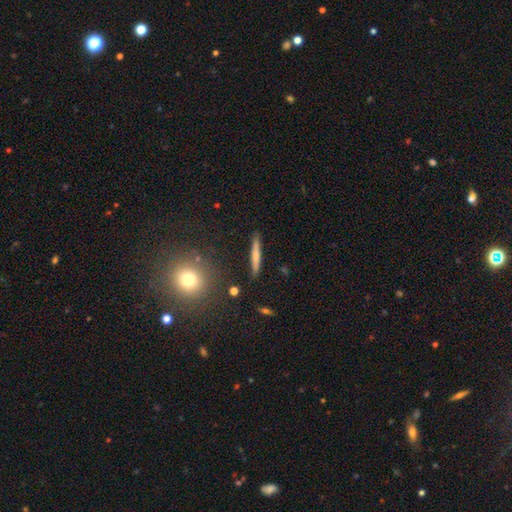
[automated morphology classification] A smooth galaxy with no disk features (54%) that is cigar-shaped (91%). Merging: none (88%).